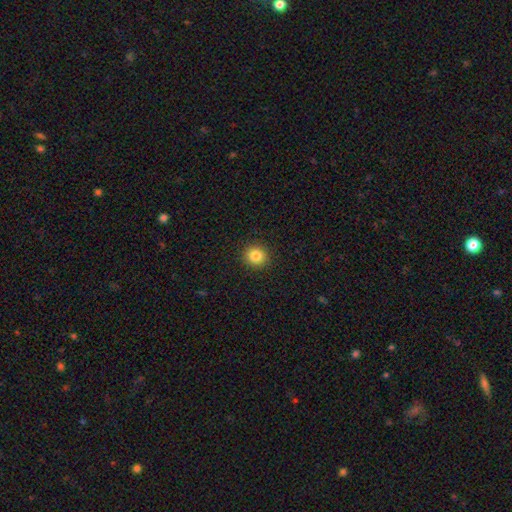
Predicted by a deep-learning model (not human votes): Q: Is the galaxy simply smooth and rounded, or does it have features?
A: smooth — 84%.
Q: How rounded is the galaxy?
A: round — 90%.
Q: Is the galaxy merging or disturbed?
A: none — 92%.